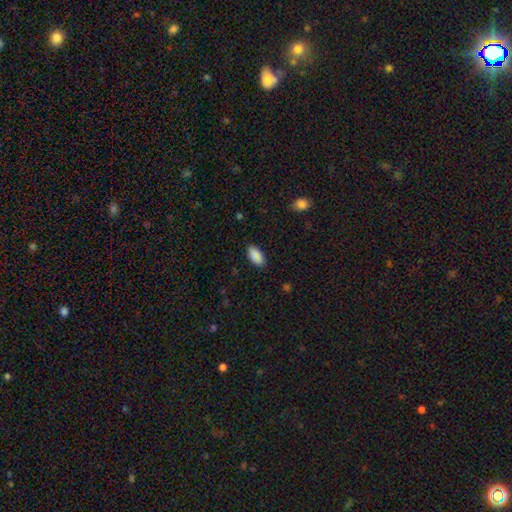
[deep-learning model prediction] Overall: smooth (90%). How rounded: in between (94%). Merging: none (87%).